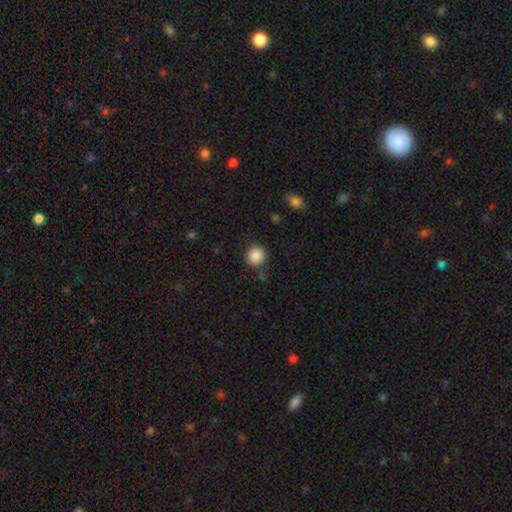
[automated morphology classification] A smooth galaxy with no disk features (87%) that is round (93%). Merging: none (88%).